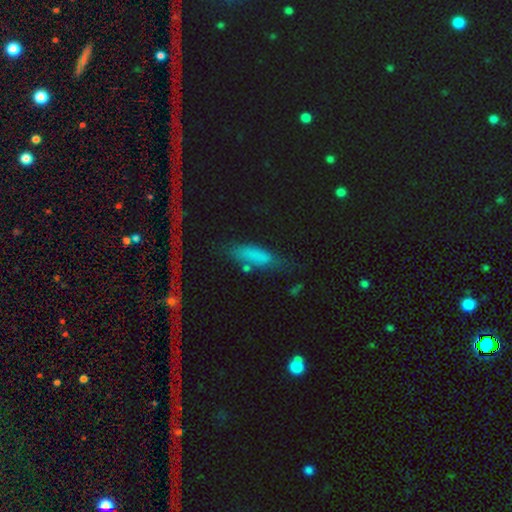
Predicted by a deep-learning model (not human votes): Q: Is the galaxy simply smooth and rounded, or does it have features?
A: smooth — 74%.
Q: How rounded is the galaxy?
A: cigar-shaped — 56%.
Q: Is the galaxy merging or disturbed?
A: none — 57%.